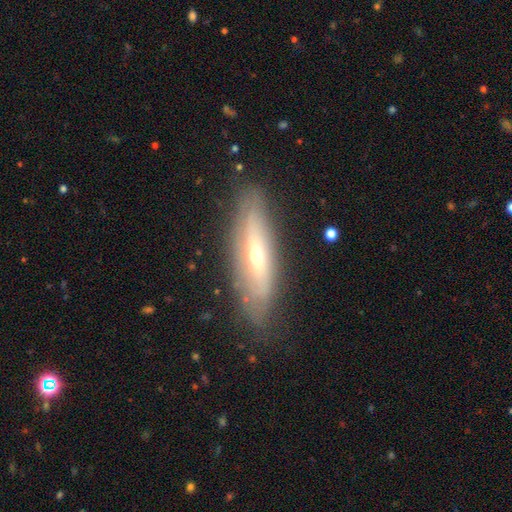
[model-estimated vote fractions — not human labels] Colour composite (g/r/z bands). It shows a featured or disk galaxy (60%). Merging: none (77%).